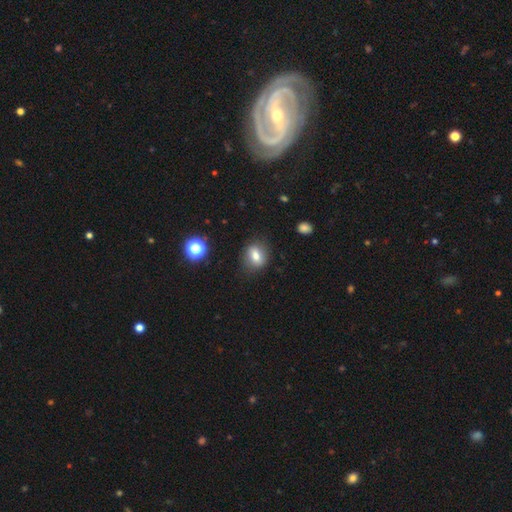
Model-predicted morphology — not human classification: The model was most divided on "how rounded": in between: 57%, round: 40%, cigar-shaped: 3%. More confident: merging — none (81%); smooth or featured — smooth (75%).